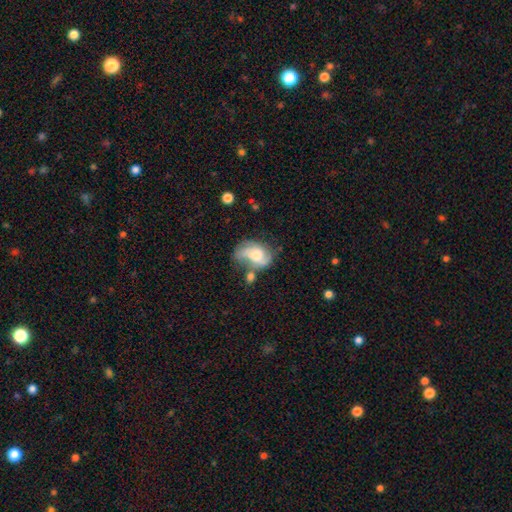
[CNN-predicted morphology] The model was most divided on "merging": none: 37%, minor disturbance: 26%, major disturbance: 20%, merger: 17%. Remaining: edge-on disk — no (97%); spiral arms — yes (80%); bar — no (63%); smooth or featured — featured or disk (59%); bulge size — moderate (49%).